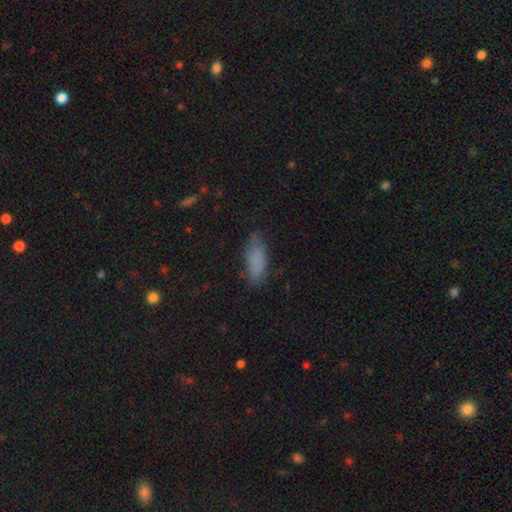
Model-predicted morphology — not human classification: Smooth or featured?
  - smooth: 83% *
  - featured or disk: 9%
  - star or artifact: 8%
How rounded?
  - in between: 69% *
  - cigar-shaped: 29%
  - round: 2%
Merging?
  - none: 74% *
  - minor disturbance: 20%
  - major disturbance: 5%
  - merger: 2%